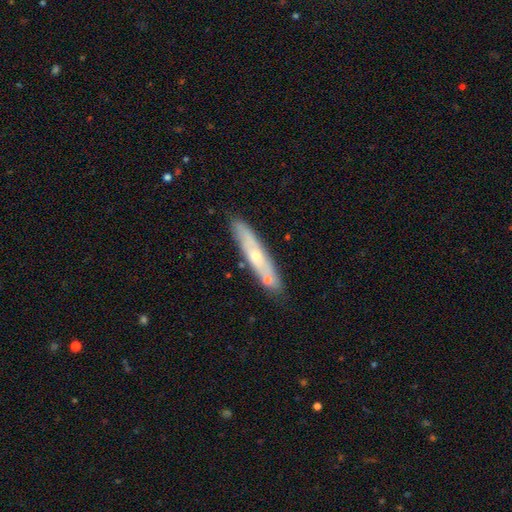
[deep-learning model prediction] Smooth or featured: featured or disk — 50% (smooth — 44%)
Merging: none — 76% (minor disturbance — 13%)